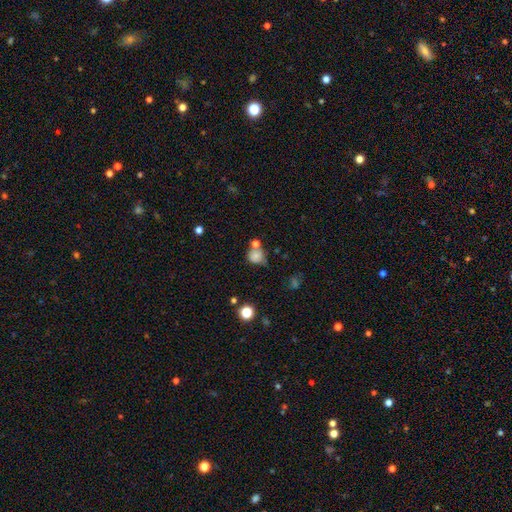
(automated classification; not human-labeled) smooth 76%, star or artifact 13%, featured or disk 11%. Down the decision tree: how rounded — round (80%); merging — none (48%).